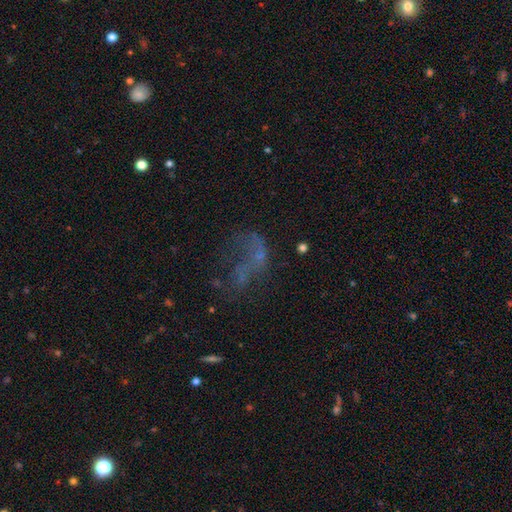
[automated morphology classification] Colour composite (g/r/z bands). It shows a featured or disk galaxy (46%). Merging: major disturbance (42%).